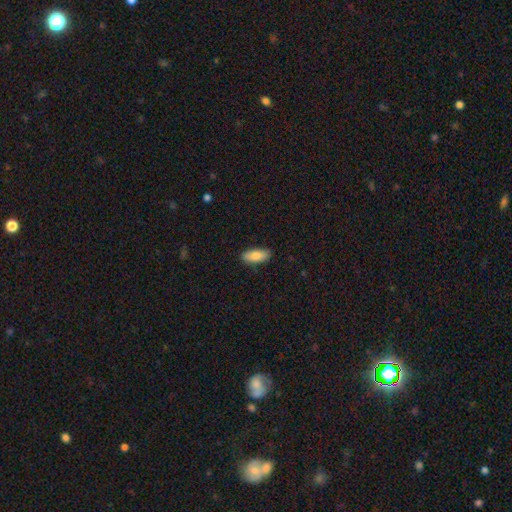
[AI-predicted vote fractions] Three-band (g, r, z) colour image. It shows a smooth galaxy with no disk features (84%) that is in between round and cigar-shaped (79%). Merging: none (87%).